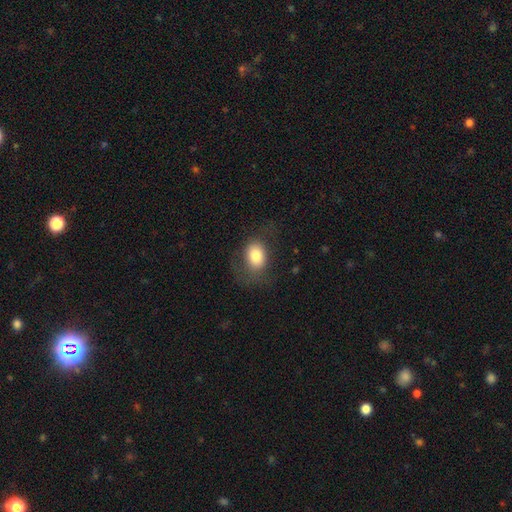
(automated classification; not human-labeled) Q: Smooth or featured?
A: smooth (78%); runner-up: featured or disk (14%)
Q: How rounded?
A: in between (63%); runner-up: round (36%)
Q: Merging?
A: none (60%); runner-up: minor disturbance (21%)